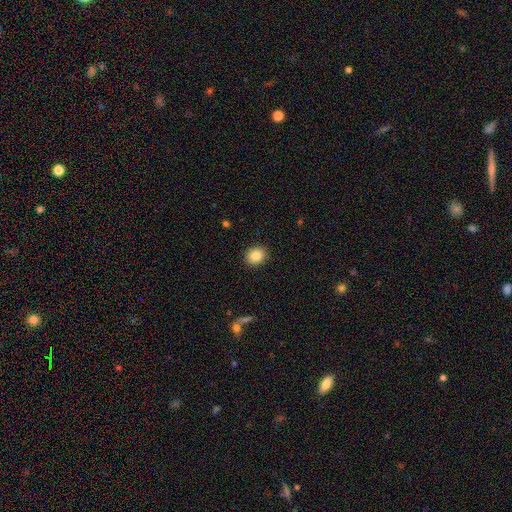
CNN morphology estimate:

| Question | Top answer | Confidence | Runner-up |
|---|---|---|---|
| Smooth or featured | smooth | 86% | star or artifact (9%) |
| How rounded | round | 65% | in between (34%) |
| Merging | none | 91% | minor disturbance (6%) |